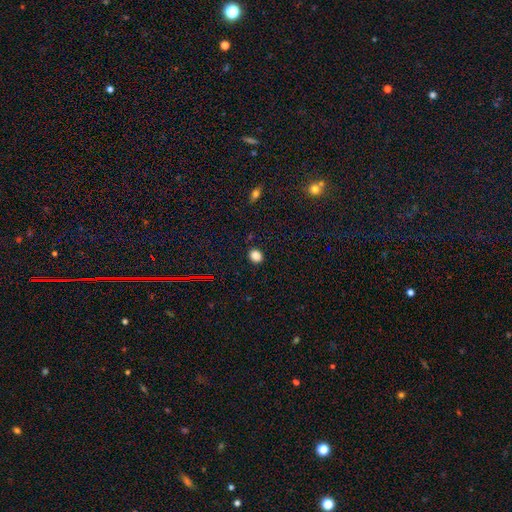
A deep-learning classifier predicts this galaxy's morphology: This appears to be a smooth galaxy with no disk features (84%) that is round (52%). Merging: none (89%).